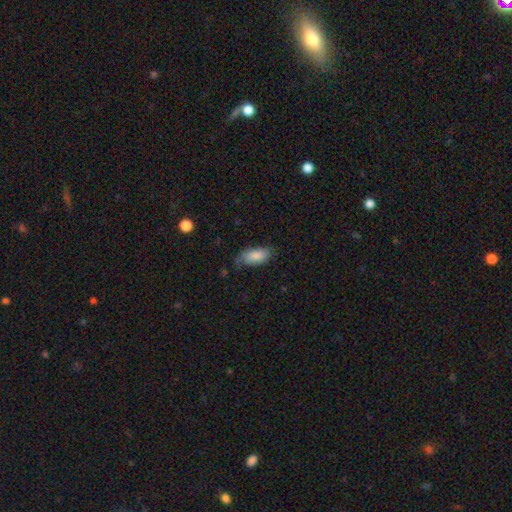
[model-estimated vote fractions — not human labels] Smooth or featured? Predicted: smooth (p=0.83). How rounded? Predicted: in between (p=0.91). Merging? Predicted: none (p=0.57).